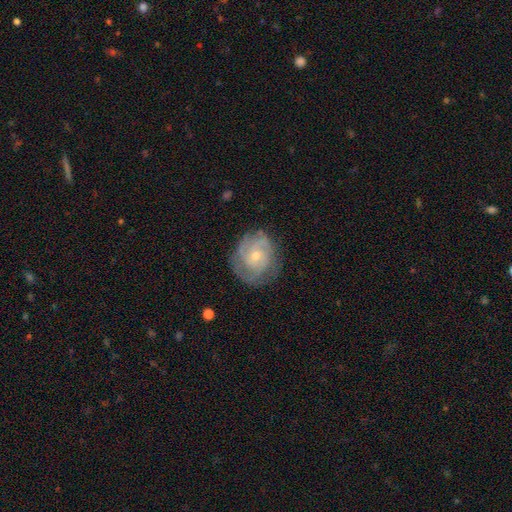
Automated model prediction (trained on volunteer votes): Smooth or featured: featured or disk — 75% (smooth — 18%)
Edge-on disk: no — 97% (yes — 3%)
Bar: no — 75% (weak — 22%)
Spiral arms: yes — 90% (no — 10%)
Spiral winding: tight — 62% (medium — 30%)
Spiral arm count: can't tell — 34% (2 — 28%)
Bulge size: small — 60% (moderate — 37%)
Merging: none — 73% (minor disturbance — 19%)